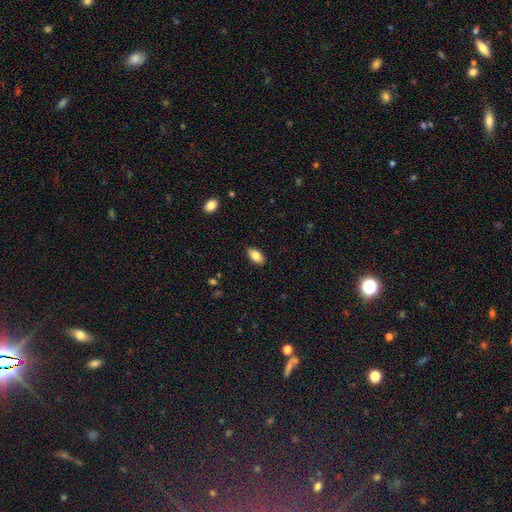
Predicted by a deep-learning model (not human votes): smooth_or_featured: smooth (p=0.83) [alt: featured or disk p=0.10]
how_rounded: in between (p=0.92) [alt: cigar-shaped p=0.05]
merging: none (p=0.87) [alt: minor disturbance p=0.10]